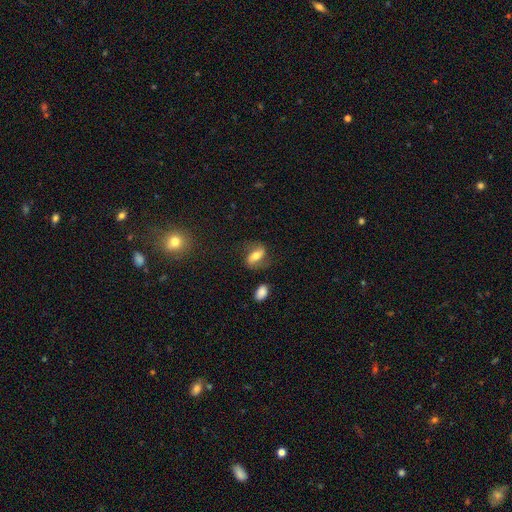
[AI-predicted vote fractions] smooth_or_featured: featured or disk (p=0.52) [alt: smooth p=0.39]
disk_edge_on: no (p=0.88) [alt: yes p=0.12]
merging: none (p=0.70) [alt: minor disturbance p=0.18]